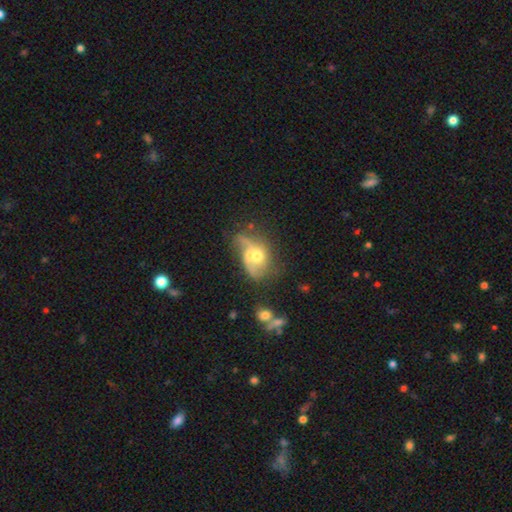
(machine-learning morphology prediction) Overall: featured or disk (59%; smooth 31%). Edge-on disk: no (96%). Bar: no (74%). Spiral arms: yes (70%). Bulge size: moderate (62%; small 25%). Merging: none (30%; major disturbance 28%).